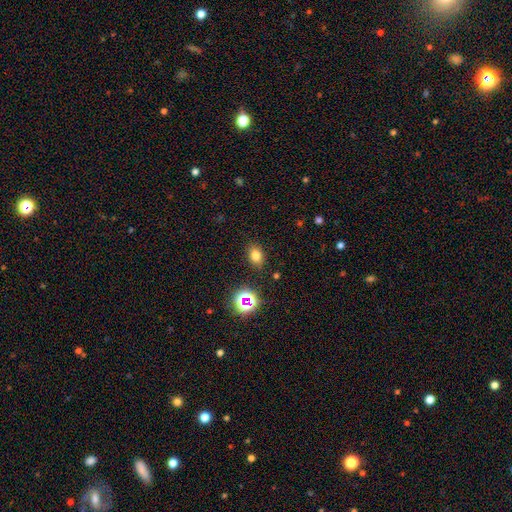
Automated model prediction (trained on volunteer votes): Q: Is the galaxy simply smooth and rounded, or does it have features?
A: smooth — 74%.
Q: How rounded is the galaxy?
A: in between — 72%.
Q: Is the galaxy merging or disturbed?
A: none — 85%.